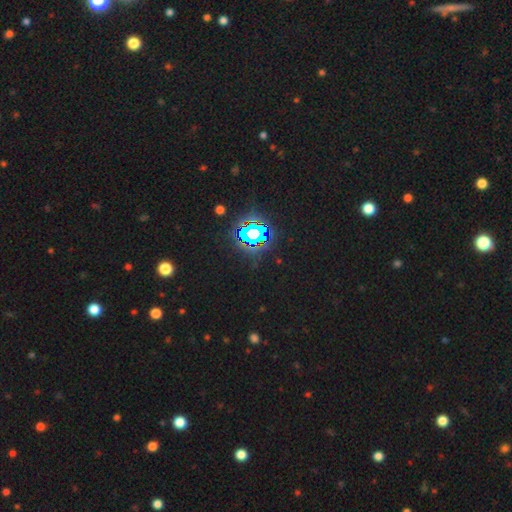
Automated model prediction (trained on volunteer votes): Overall: star or artifact (83%).